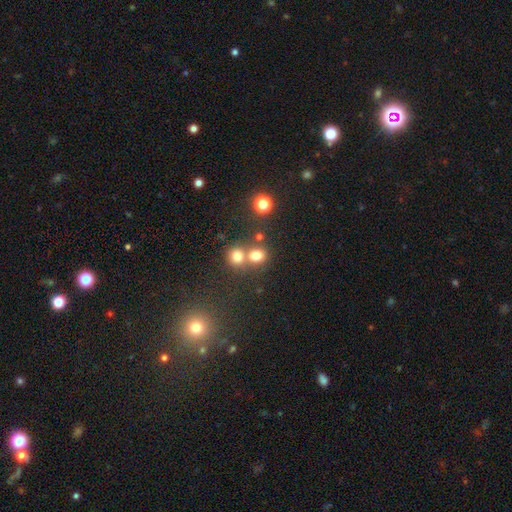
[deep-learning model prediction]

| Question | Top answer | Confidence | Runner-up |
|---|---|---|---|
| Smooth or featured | smooth | 74% | star or artifact (17%) |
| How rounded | round | 71% | in between (27%) |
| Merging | none | 49% | merger (40%) |